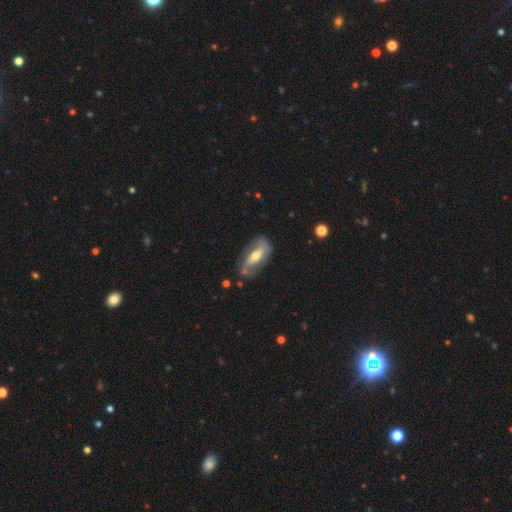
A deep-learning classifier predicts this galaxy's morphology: featured or disk 60%, smooth 34%, star or artifact 6%. Down the decision tree: edge-on disk — no (78%); merging — none (61%).